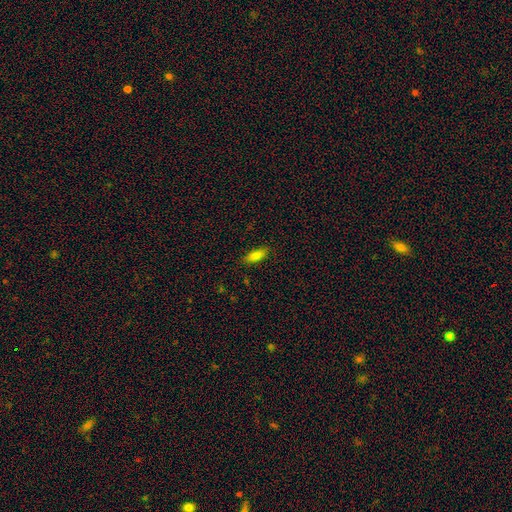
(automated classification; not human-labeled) Smooth or featured? Predicted: smooth (p=0.81). How rounded? Predicted: in between (p=0.71). Merging? Predicted: none (p=0.85).